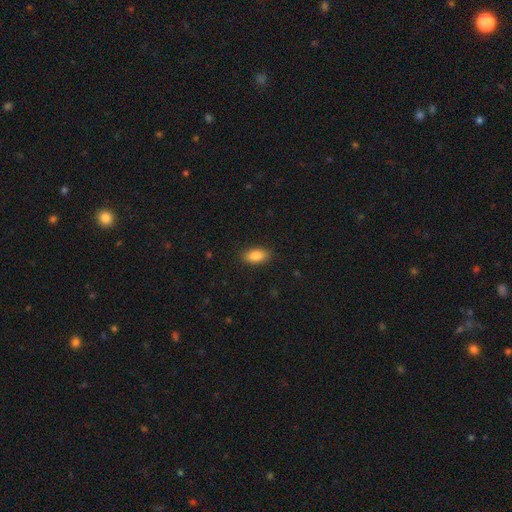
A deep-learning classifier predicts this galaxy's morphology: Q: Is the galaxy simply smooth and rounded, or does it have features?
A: smooth — 86%.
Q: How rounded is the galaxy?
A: in between — 91%.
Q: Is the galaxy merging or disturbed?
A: none — 88%.